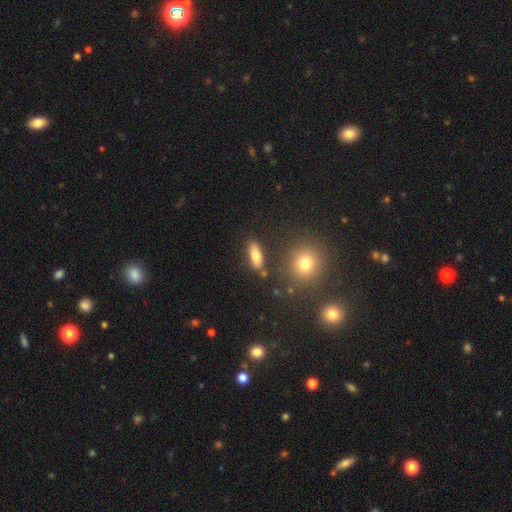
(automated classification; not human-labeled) The model was most divided on "how rounded": in between: 72%, cigar-shaped: 23%, round: 5%. More confident: merging — none (81%); smooth or featured — smooth (78%).